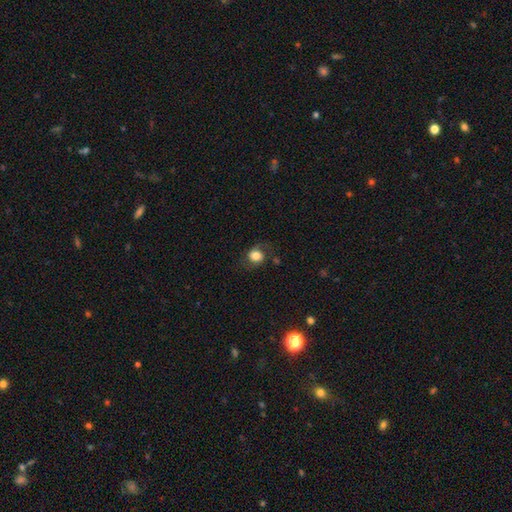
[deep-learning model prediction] Morphology: type=smooth (65%); roundness=round (61%); merging=none (64%).